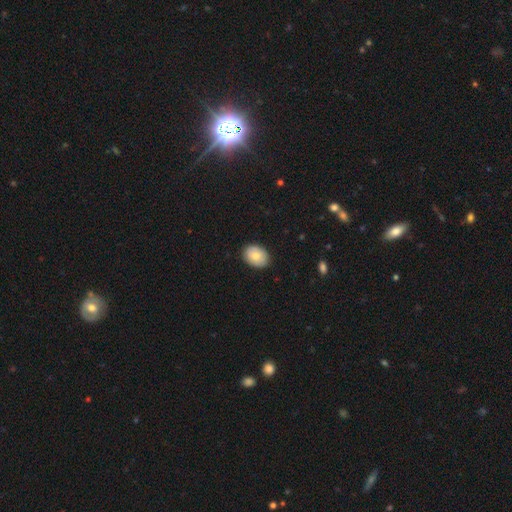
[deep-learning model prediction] This is clearly a smooth galaxy (81%). How rounded: likely in between (70%). Merging: clearly none (87%).